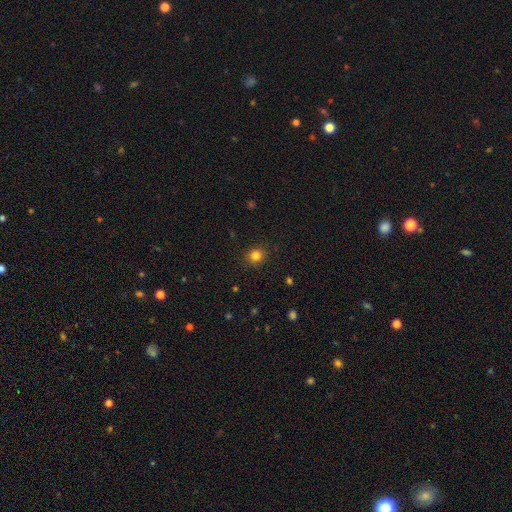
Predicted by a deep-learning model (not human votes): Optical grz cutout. It shows a smooth galaxy with no disk features (82%) that is round (85%). Merging: none (90%).